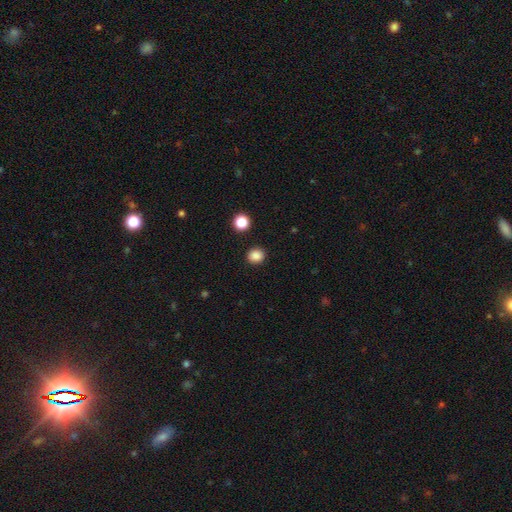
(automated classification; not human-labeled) This appears to be a smooth galaxy with no disk features (86%) that is round (78%). Merging: none (90%).